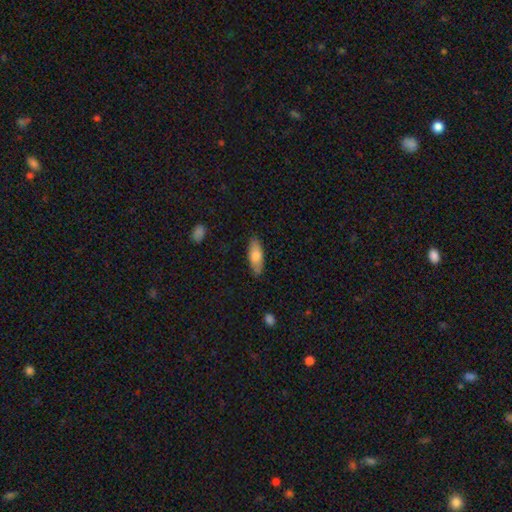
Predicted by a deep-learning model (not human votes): smooth 74%, featured or disk 20%, star or artifact 6%. Down the decision tree: how rounded — in between (69%); merging — none (85%).